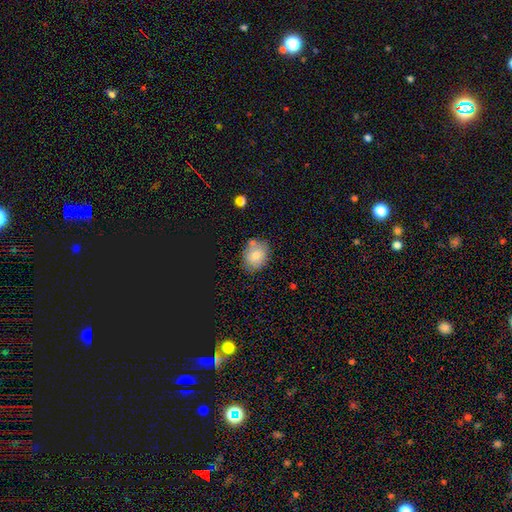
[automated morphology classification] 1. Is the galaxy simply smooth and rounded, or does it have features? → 79% smooth, 12% featured or disk, 9% star or artifact.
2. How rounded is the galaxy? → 52% in between, 47% round, 1% cigar-shaped.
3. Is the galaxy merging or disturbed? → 74% none, 16% minor disturbance, 6% merger, 4% major disturbance.